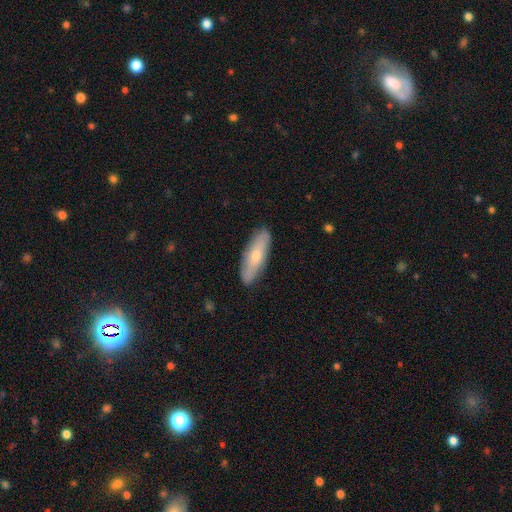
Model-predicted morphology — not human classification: The model was most divided on "how rounded": in between: 53%, cigar-shaped: 45%, round: 2%. More confident: merging — none (88%); smooth or featured — smooth (60%).